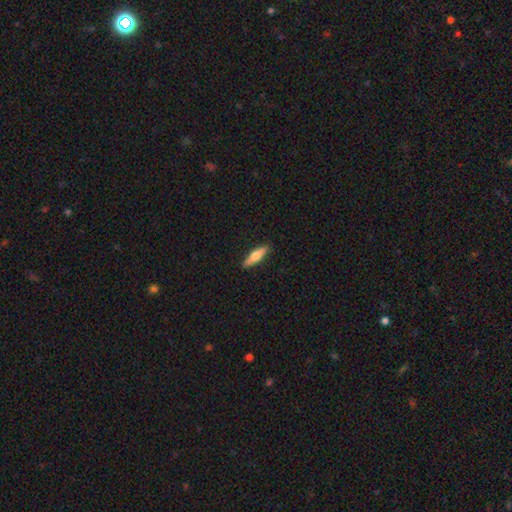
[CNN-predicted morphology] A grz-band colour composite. It shows a smooth galaxy with no disk features (57%) that is cigar-shaped (71%). Merging: none (90%).